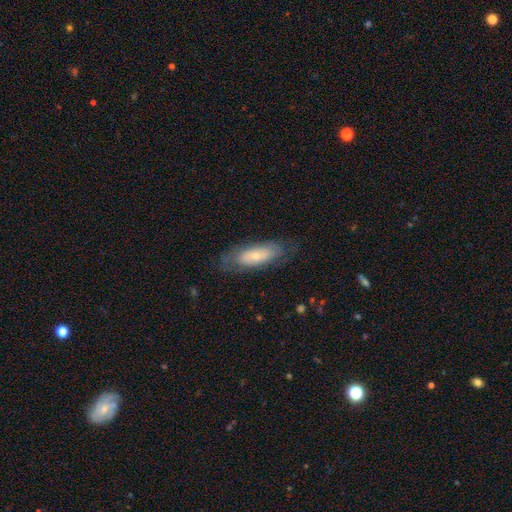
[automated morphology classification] The model was most divided on "smooth or featured": smooth: 60%, featured or disk: 33%, star or artifact: 7%. More confident: merging — none (73%); how rounded — in between (66%).